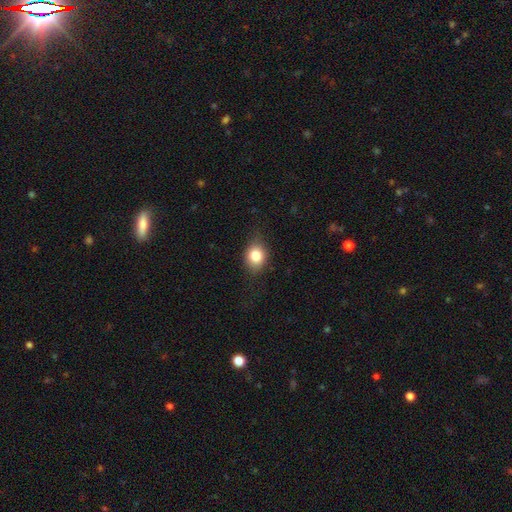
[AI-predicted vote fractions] This appears to be a smooth galaxy with no disk features (80%) that is round (51%). Merging: none (77%).